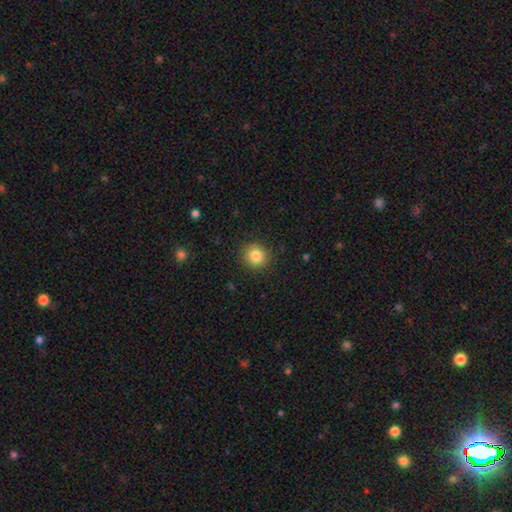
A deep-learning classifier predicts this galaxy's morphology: smooth-or-featured: smooth: 84% | star or artifact: 10% | featured or disk: 6%
  how-rounded: round: 91% | in between: 8% | cigar-shaped: 1%
  merging: none: 90% | minor disturbance: 7% | major disturbance: 2% | merger: 1%